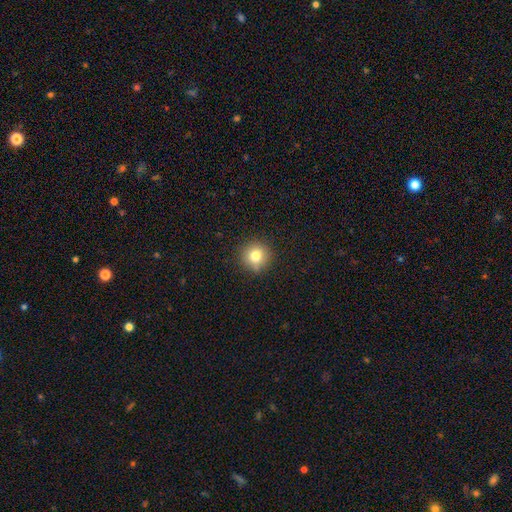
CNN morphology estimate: smooth_or_featured: smooth (p=0.78) [alt: star or artifact p=0.12]
how_rounded: round (p=0.93) [alt: in between p=0.06]
merging: none (p=0.89) [alt: minor disturbance p=0.08]